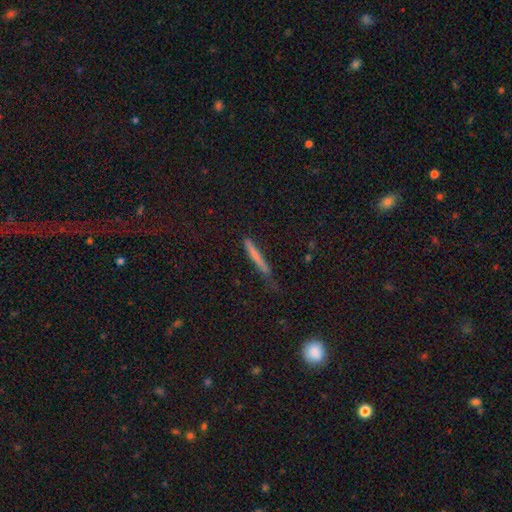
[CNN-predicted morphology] Smooth or featured? Predicted: smooth (p=0.68). How rounded? Predicted: cigar-shaped (p=0.95). Merging? Predicted: none (p=0.67).